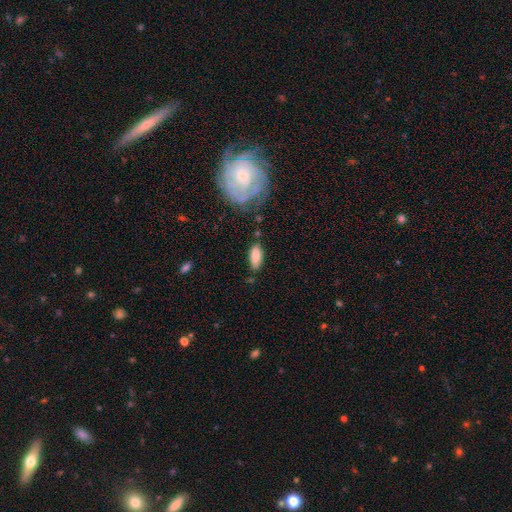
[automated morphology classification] Smooth or featured? Predicted: smooth (p=0.84). How rounded? Predicted: in between (p=0.80). Merging? Predicted: none (p=0.75).